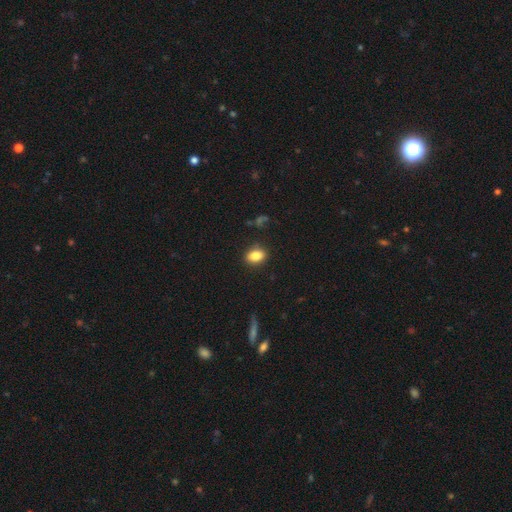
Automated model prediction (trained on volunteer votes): Overall: smooth (84%). How rounded: in between (77%). Merging: none (87%).